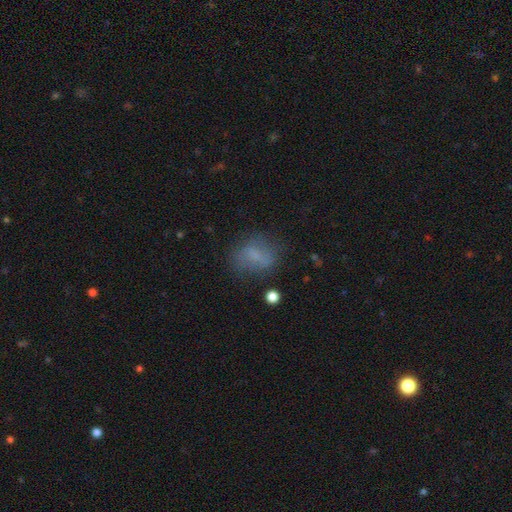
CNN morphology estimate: This is likely a smooth galaxy (65%). How rounded: likely in between (65%). Merging: likely none (61%).